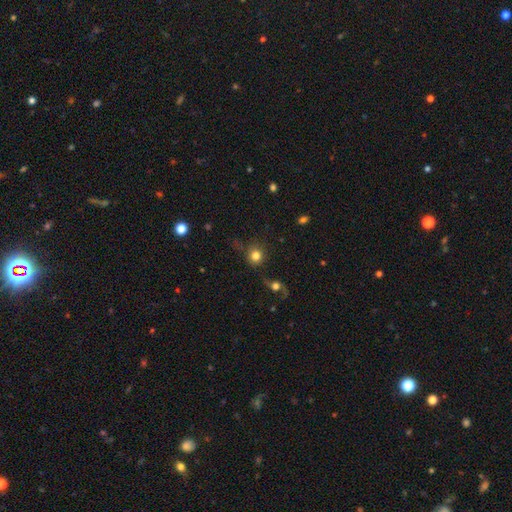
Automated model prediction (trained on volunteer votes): This appears to be a smooth galaxy with no disk features (79%) that is round (92%). Merging: none (67%).